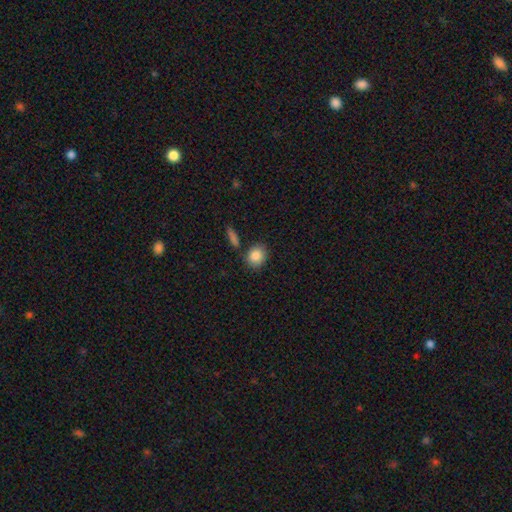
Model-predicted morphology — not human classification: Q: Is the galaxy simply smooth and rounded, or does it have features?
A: smooth — 87%.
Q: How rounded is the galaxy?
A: round — 56%.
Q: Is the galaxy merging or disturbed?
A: none — 80%.